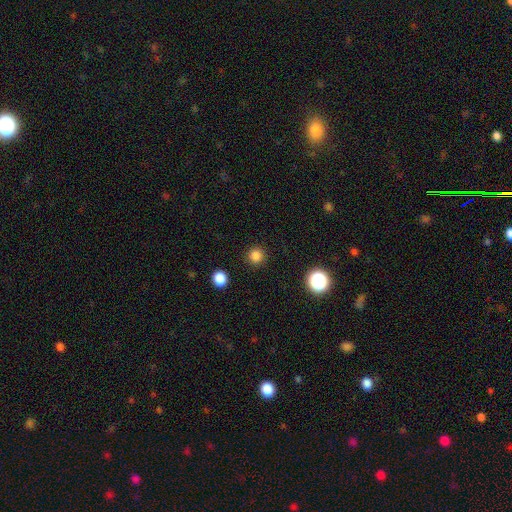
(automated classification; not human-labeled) Smooth or featured? Predicted: smooth (p=0.82). How rounded? Predicted: round (p=0.95). Merging? Predicted: none (p=0.91).